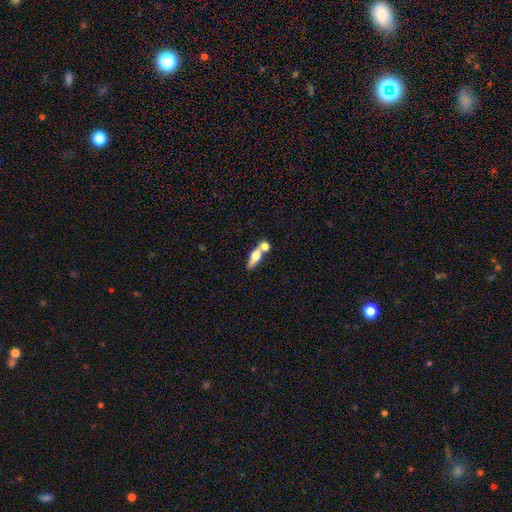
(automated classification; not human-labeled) The model was most divided on "how rounded": cigar-shaped: 48%, in between: 44%, round: 8%. Remaining: smooth or featured — smooth (52%); merging — none (45%).